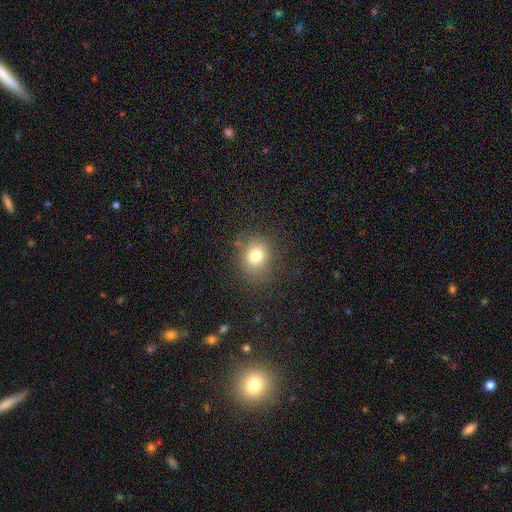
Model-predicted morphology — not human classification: Smooth or featured? Predicted: smooth (p=0.77). How rounded? Predicted: round (p=0.61). Merging? Predicted: none (p=0.76).